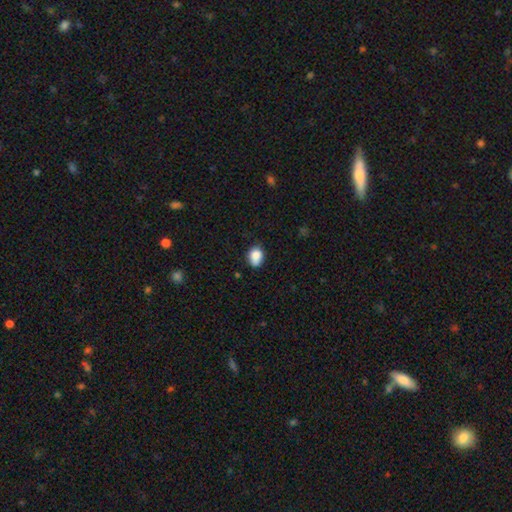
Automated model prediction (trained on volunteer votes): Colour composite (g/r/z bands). It shows a smooth galaxy with no disk features (84%) that is in between round and cigar-shaped (62%). Merging: none (64%).